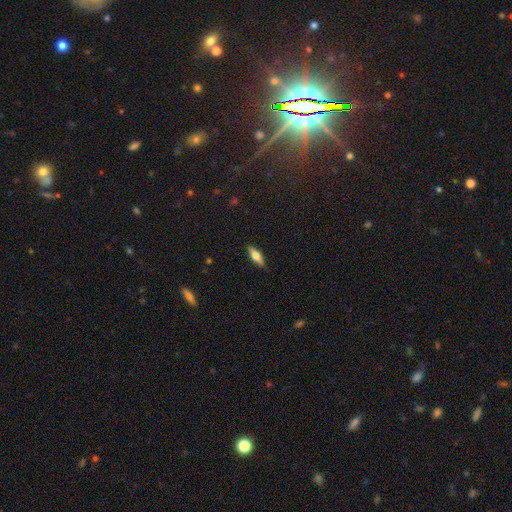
Morphology: type=smooth (61%); roundness=in between (52%); merging=none (83%).